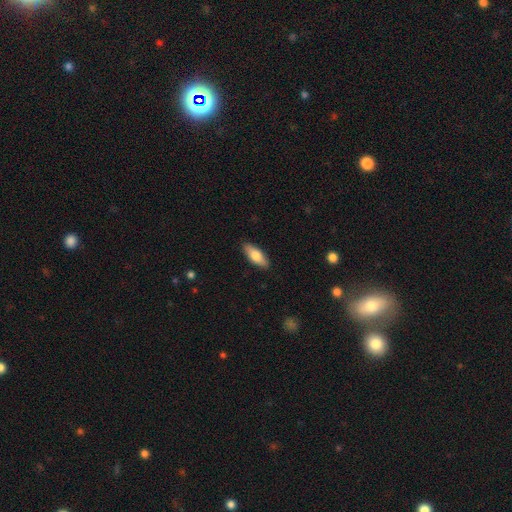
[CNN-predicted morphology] type=smooth (75%); roundness=in between (75%); merging=none (88%).